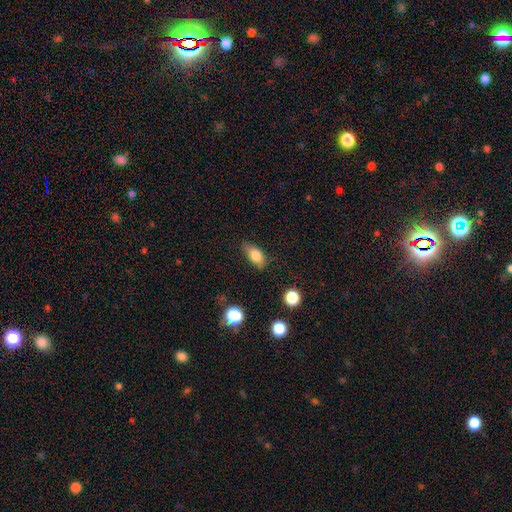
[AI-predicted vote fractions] Overall: smooth (78%). How rounded: in between (82%). Merging: none (72%).